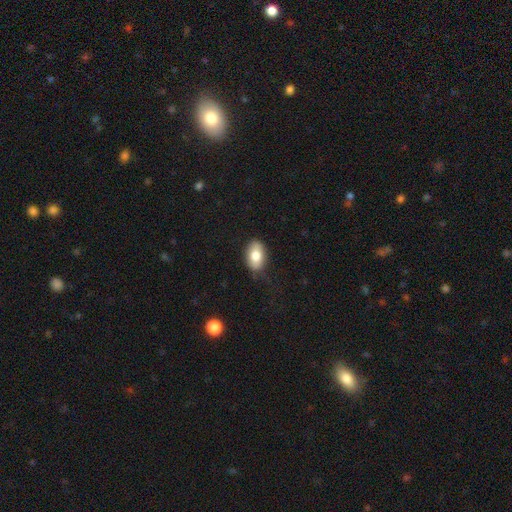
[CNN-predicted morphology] type=smooth (77%); roundness=in between (88%); merging=none (81%).